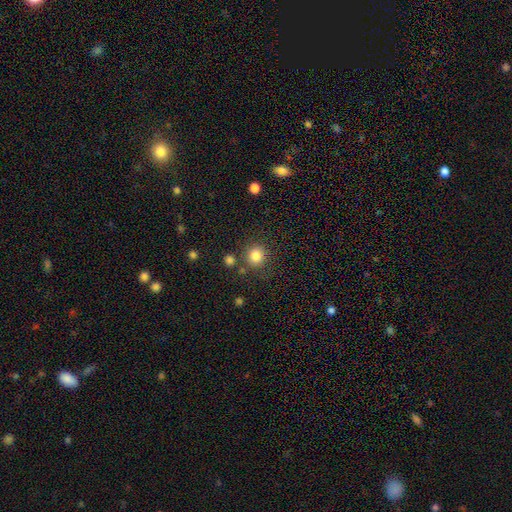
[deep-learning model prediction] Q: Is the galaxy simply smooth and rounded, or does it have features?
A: smooth — 83%.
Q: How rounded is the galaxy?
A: round — 89%.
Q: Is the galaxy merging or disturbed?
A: none — 80%.